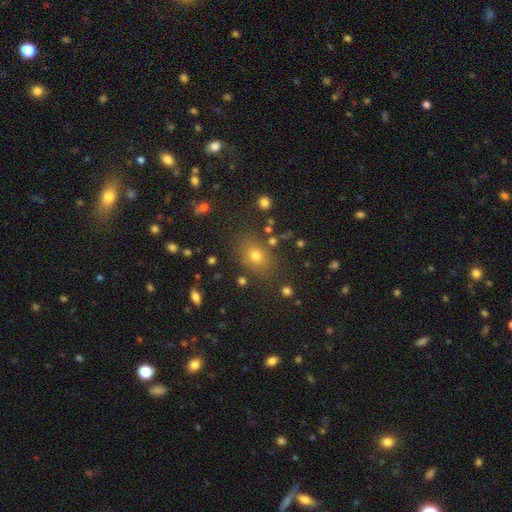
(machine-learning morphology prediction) smooth-or-featured: smooth: 69% | star or artifact: 20% | featured or disk: 11%
  how-rounded: in between: 59% | round: 39% | cigar-shaped: 2%
  merging: none: 81% | minor disturbance: 11% | merger: 4% | major disturbance: 4%